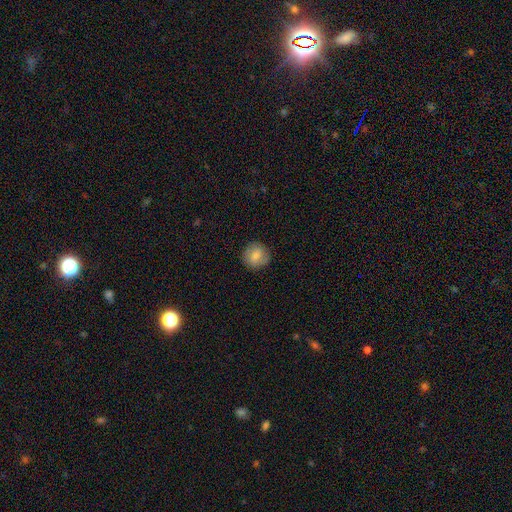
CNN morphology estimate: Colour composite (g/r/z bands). It shows a smooth galaxy with no disk features (75%) that is round (86%). Merging: none (82%).